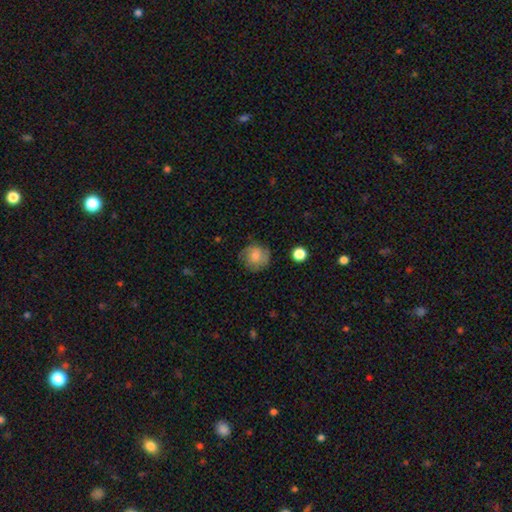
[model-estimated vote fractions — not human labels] Smooth or featured: smooth — 70% (featured or disk — 22%)
How rounded: round — 88% (in between — 11%)
Merging: none — 73% (minor disturbance — 19%)